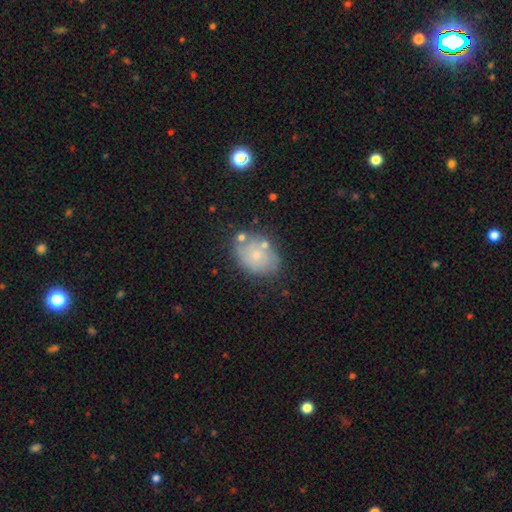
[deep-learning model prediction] smooth 57%, featured or disk 33%, star or artifact 10%. Down the decision tree: how rounded — in between (69%); merging — none (66%).